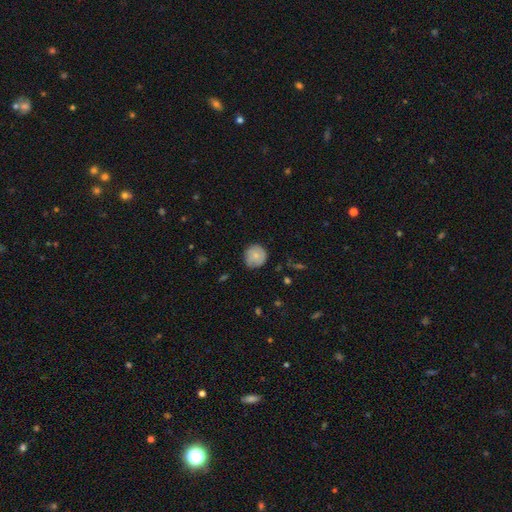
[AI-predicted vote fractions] A smooth galaxy with no disk features (69%) that is round (91%).

Vote fractions:
- Smooth or featured? smooth: 69% / featured or disk: 24% / star or artifact: 7%
- How rounded? round: 91% / in between: 8% / cigar-shaped: 1%
- Merging? none: 77% / minor disturbance: 19% / major disturbance: 3% / merger: 1%